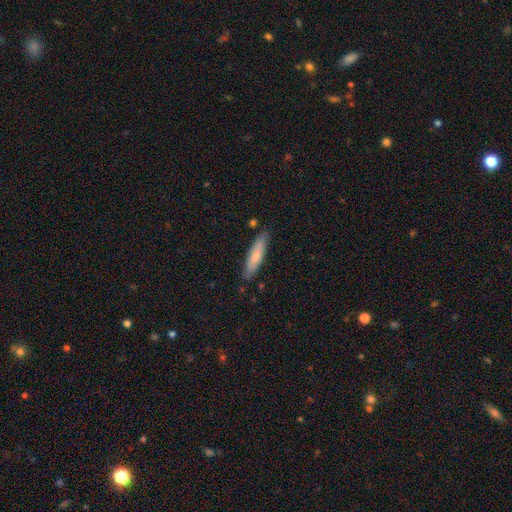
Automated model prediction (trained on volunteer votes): Q: Smooth or featured?
A: smooth (70%); runner-up: featured or disk (24%)
Q: How rounded?
A: cigar-shaped (79%); runner-up: in between (19%)
Q: Merging?
A: none (84%); runner-up: minor disturbance (12%)